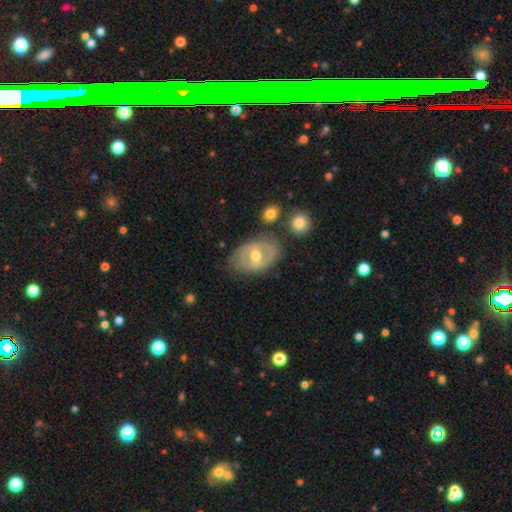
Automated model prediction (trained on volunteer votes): This is likely a featured or disk galaxy (68%). It is clearly not viewed edge-on (93%). Bar: marginally weak (43%). Spiral arm pattern: possibly yes (50%, tied with no). Central bulge: likely moderate (76%). Merging: likely none (72%).